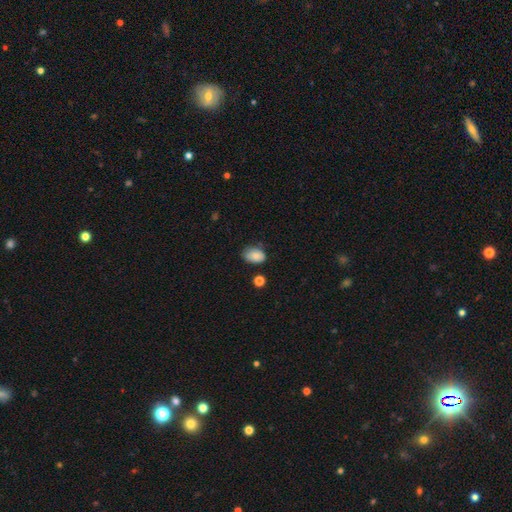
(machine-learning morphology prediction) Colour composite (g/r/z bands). It shows a smooth galaxy with no disk features (81%) that is in between round and cigar-shaped (83%). Merging: none (59%).